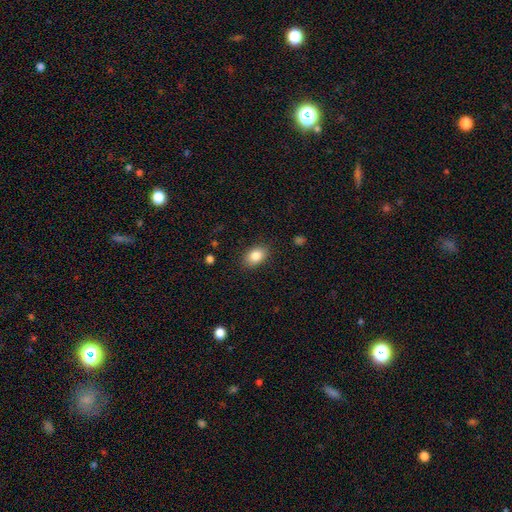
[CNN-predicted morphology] Smooth or featured? smooth (84%)
How rounded? in between (83%)
Merging? none (86%)